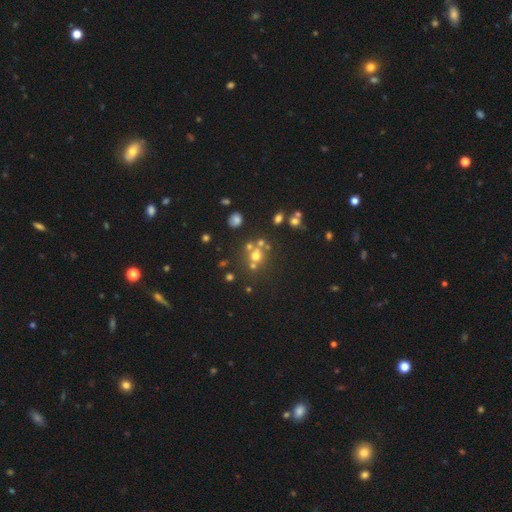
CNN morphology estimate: smooth-or-featured: smooth: 54% | star or artifact: 26% | featured or disk: 20%
  how-rounded: round: 82% | in between: 17% | cigar-shaped: 1%
  merging: none: 52% | merger: 32% | minor disturbance: 10% | major disturbance: 6%